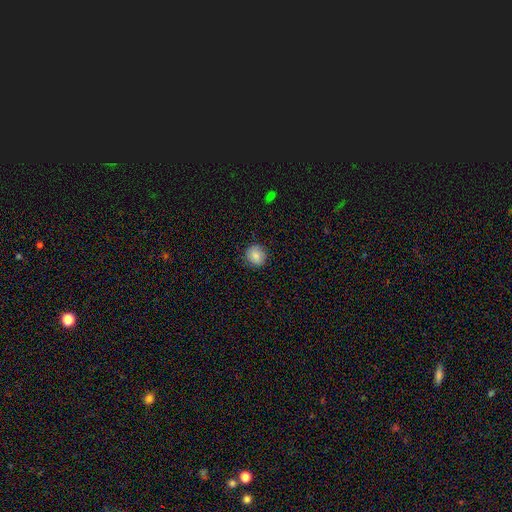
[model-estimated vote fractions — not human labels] Q: Smooth or featured?
A: smooth (84%); runner-up: star or artifact (9%)
Q: How rounded?
A: round (86%); runner-up: in between (13%)
Q: Merging?
A: none (85%); runner-up: minor disturbance (12%)